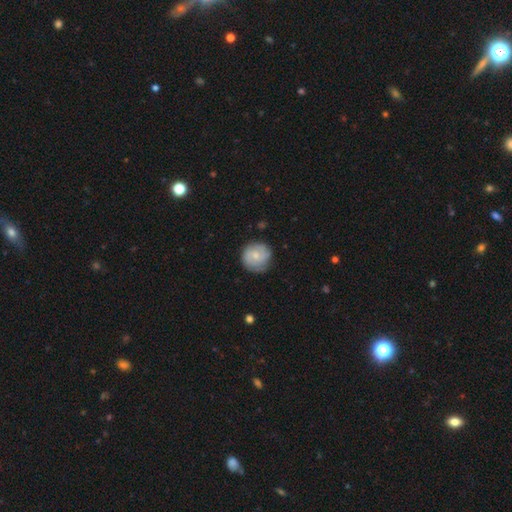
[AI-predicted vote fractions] A featured or disk galaxy (48%).

Vote fractions:
- Smooth or featured? featured or disk: 48% / smooth: 46% / star or artifact: 6%
- Merging? none: 79% / minor disturbance: 16% / major disturbance: 4% / merger: 1%